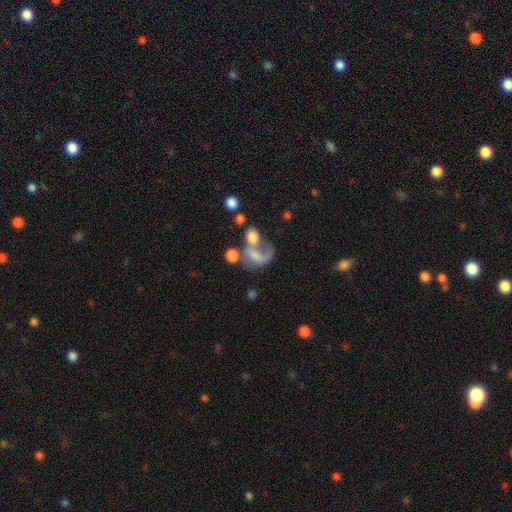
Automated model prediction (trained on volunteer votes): Overall: smooth (49%; featured or disk 37%). Merging: merger (44%; major disturbance 28%).